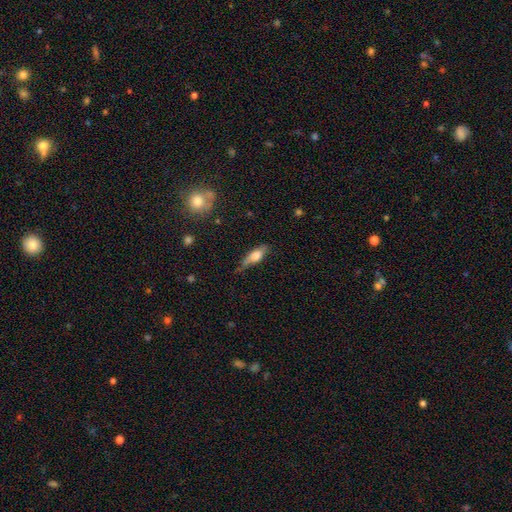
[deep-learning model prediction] Smooth or featured: smooth — 59% (featured or disk — 34%)
How rounded: in between — 52% (cigar-shaped — 44%)
Merging: none — 53% (minor disturbance — 34%)